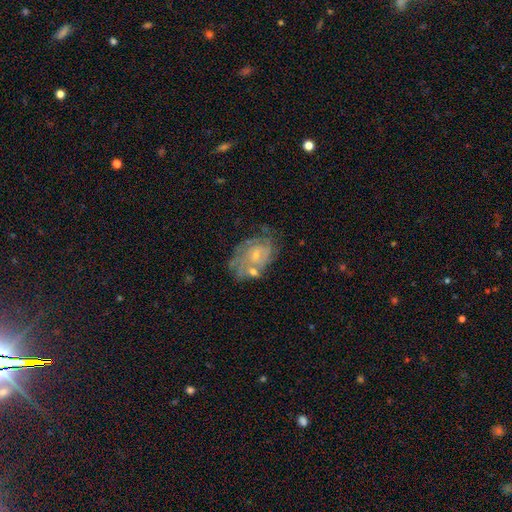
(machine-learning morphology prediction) This is likely a featured or disk galaxy (69%). It is clearly not viewed edge-on (97%). Bar: likely no (71%). Spiral arm pattern: likely yes (75%). Spiral arm count: possibly can't tell (55%). Spiral winding: possibly tight (59%). Central bulge: likely small (64%). Merging: possibly none (47%).